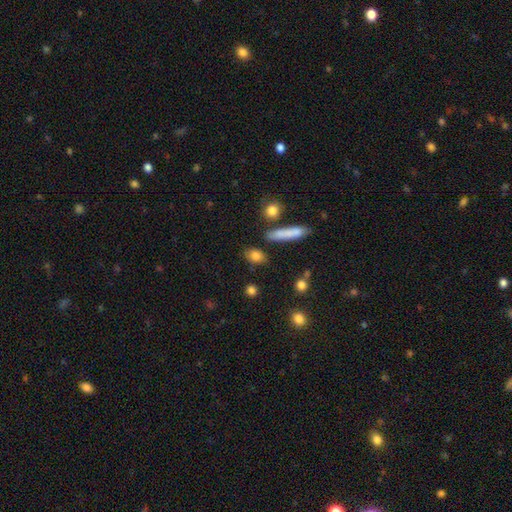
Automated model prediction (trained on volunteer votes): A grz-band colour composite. It shows a smooth galaxy with no disk features (82%) that is in between round and cigar-shaped (63%). Merging: none (78%).